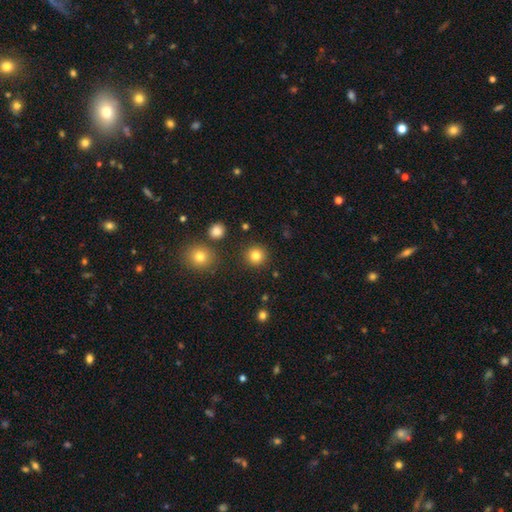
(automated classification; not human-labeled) This is clearly a smooth galaxy (83%). How rounded: clearly round (94%). Merging: clearly none (90%).